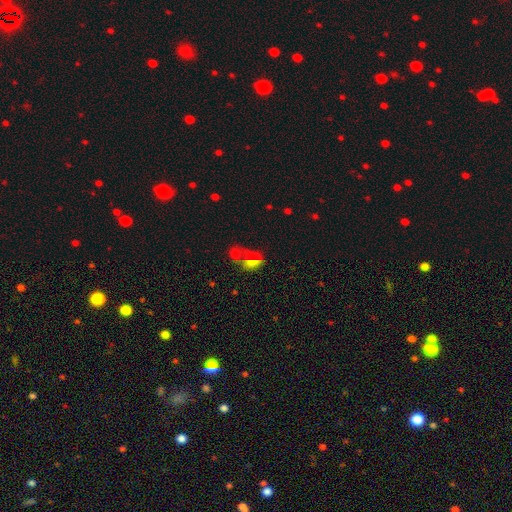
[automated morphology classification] Smooth or featured? smooth (46%)
Merging? merger (40%)